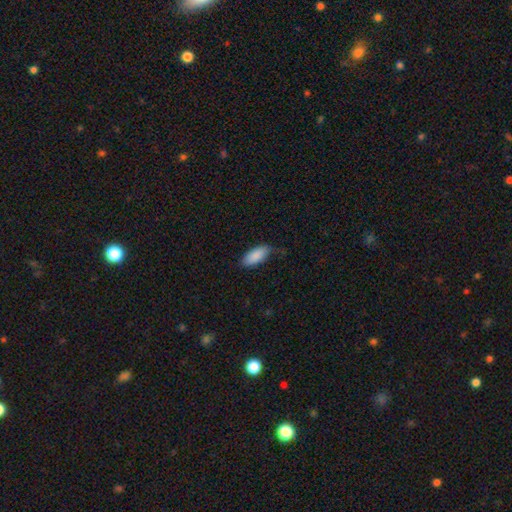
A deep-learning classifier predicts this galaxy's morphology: Smooth or featured? Predicted: smooth (p=0.89). How rounded? Predicted: in between (p=0.88). Merging? Predicted: none (p=0.73).